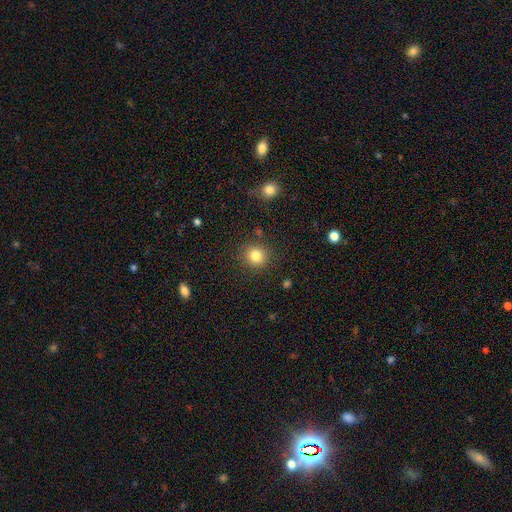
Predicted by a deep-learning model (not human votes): Smooth or featured: smooth — 82% (star or artifact — 12%)
How rounded: round — 90% (in between — 9%)
Merging: none — 88% (minor disturbance — 7%)